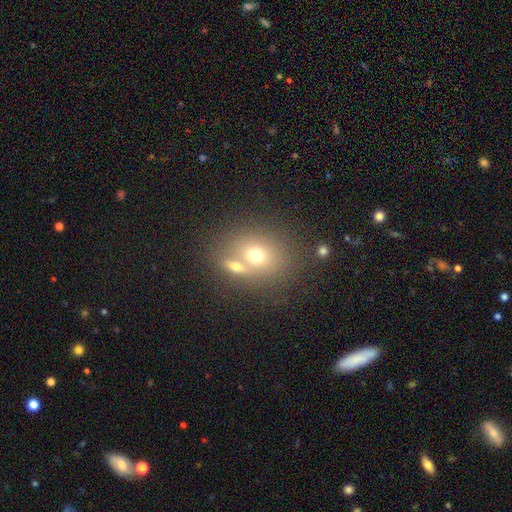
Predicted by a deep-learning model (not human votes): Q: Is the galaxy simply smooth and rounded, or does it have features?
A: smooth — 66%.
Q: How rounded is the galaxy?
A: round — 58%.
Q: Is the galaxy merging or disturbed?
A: none — 46%.